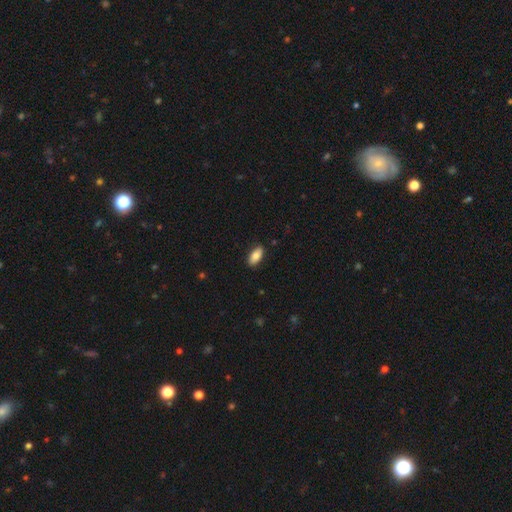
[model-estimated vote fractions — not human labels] A smooth galaxy with no disk features (83%) that is in between round and cigar-shaped (89%). Merging: none (88%).